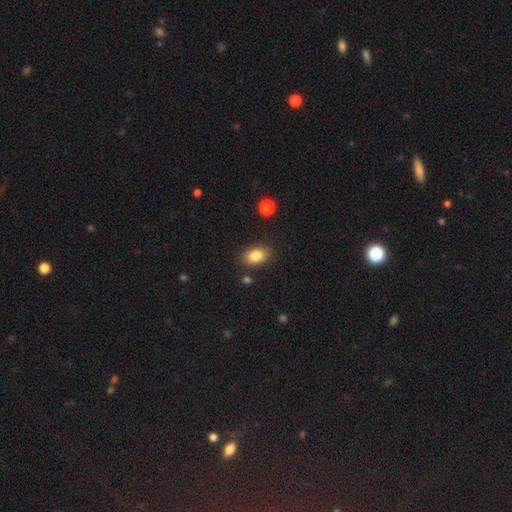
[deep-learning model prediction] The model was most divided on "how rounded": in between: 86%, round: 13%, cigar-shaped: 1%. More confident: merging — none (85%); smooth or featured — smooth (83%).